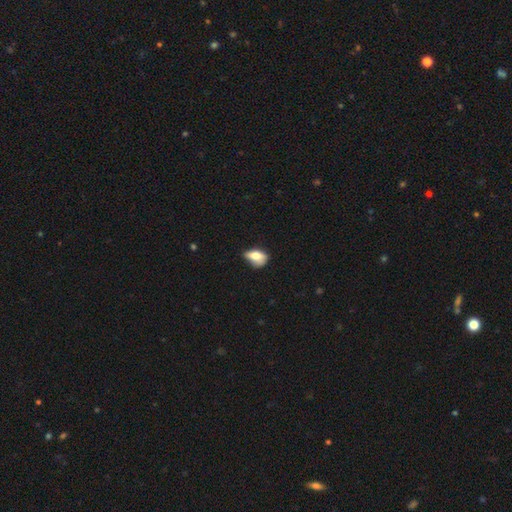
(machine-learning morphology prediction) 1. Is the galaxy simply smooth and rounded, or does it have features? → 68% smooth, 23% featured or disk, 9% star or artifact.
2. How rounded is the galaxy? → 81% in between, 15% round, 4% cigar-shaped.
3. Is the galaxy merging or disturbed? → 41% minor disturbance, 31% none, 23% major disturbance, 5% merger.